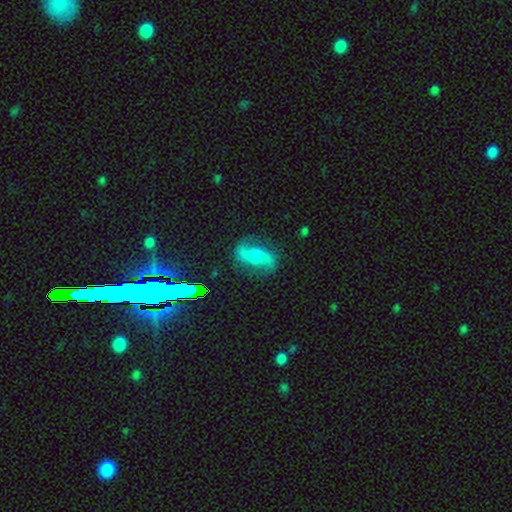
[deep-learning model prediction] A featured or disk galaxy (72%) with no bar (41%), 2 (92%) loose (72%) spiral arms (93%) and a moderate central bulge (42%).

Vote fractions:
- Smooth or featured? featured or disk: 72% / smooth: 17% / star or artifact: 11%
- Edge-on disk? no: 93% / yes: 7%
- Bar? no: 41% / weak: 33% / strong: 26%
- Spiral arms? yes: 93% / no: 7%
- Spiral winding? loose: 72% / medium: 21% / tight: 6%
- Spiral arm count? 2: 92% / can't tell: 3% / 1: 2% / 3: 1% / 4: 1% / more than 4: 1%
- Bulge size? moderate: 42% / small: 31% / none: 14% / large: 11% / dominant: 3%
- Merging? none: 76% / minor disturbance: 15% / major disturbance: 7% / merger: 2%